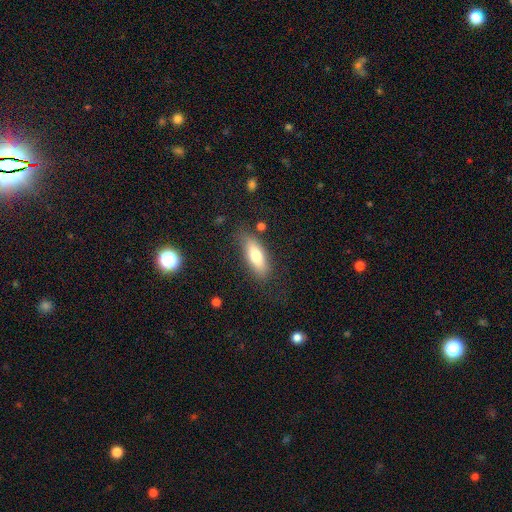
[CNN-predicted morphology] Overall: smooth (71%). How rounded: in between (67%; cigar-shaped 30%). Merging: none (77%).